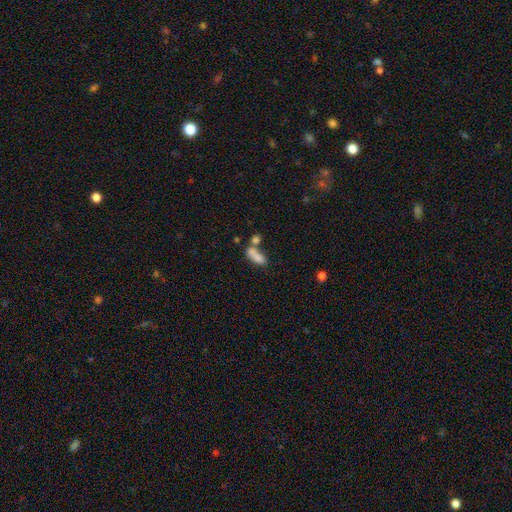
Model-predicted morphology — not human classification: Q: Smooth or featured?
A: smooth (79%); runner-up: featured or disk (12%)
Q: How rounded?
A: in between (70%); runner-up: cigar-shaped (26%)
Q: Merging?
A: merger (46%); runner-up: none (33%)